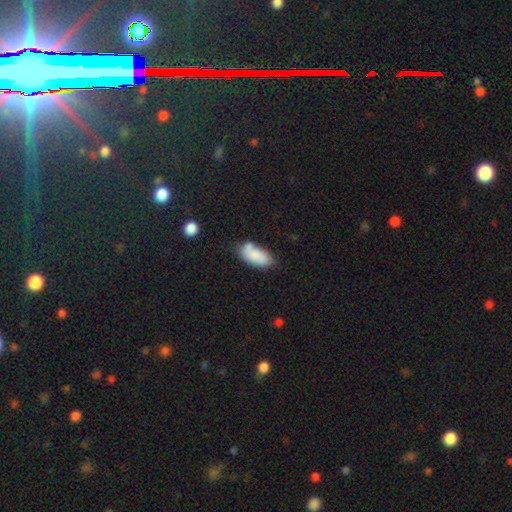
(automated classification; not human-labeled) smooth_or_featured: smooth (p=0.81) [alt: featured or disk p=0.12]
how_rounded: in between (p=0.91) [alt: cigar-shaped p=0.07]
merging: none (p=0.53) [alt: minor disturbance p=0.22]